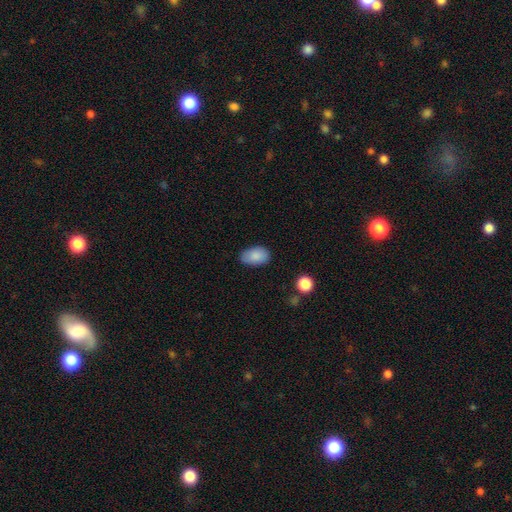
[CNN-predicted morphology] The model was most divided on "merging": none: 82%, minor disturbance: 14%, major disturbance: 3%, merger: 1%. More confident: how rounded — in between (91%); smooth or featured — smooth (87%).